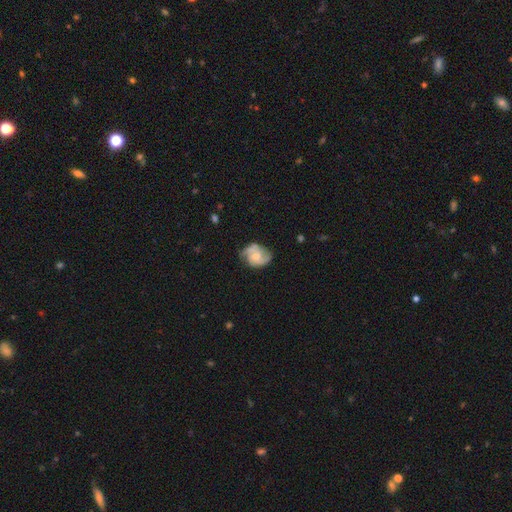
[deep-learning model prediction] A featured or disk galaxy (70%) with no bar (58%), 2 (77%) medium (48%) spiral arms (92%) and a moderate central bulge (36%).

Vote fractions:
- Smooth or featured? featured or disk: 70% / smooth: 23% / star or artifact: 7%
- Edge-on disk? no: 98% / yes: 2%
- Bar? no: 58% / weak: 35% / strong: 7%
- Spiral arms? yes: 92% / no: 8%
- Spiral winding? medium: 48% / tight: 30% / loose: 23%
- Spiral arm count? 2: 77% / can't tell: 10% / 3: 7% / 1: 3% / 4: 2% / more than 4: 2%
- Bulge size? moderate: 36% / small: 32% / none: 21% / large: 9% / dominant: 2%
- Merging? none: 63% / minor disturbance: 24% / major disturbance: 10% / merger: 3%